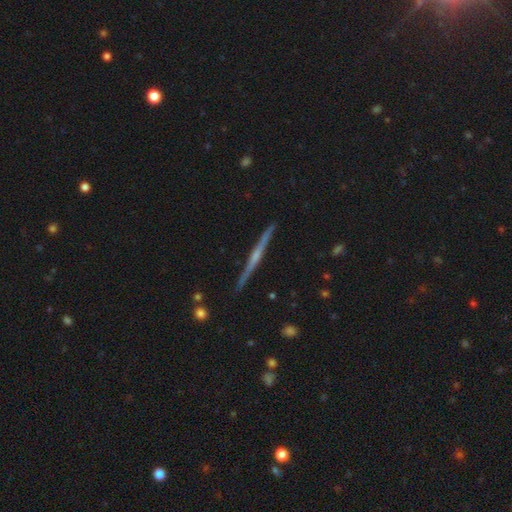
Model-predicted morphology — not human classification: A featured or disk galaxy (76%) viewed edge-on (98%) with a rounded central bulge (71%). Merging: none (90%).